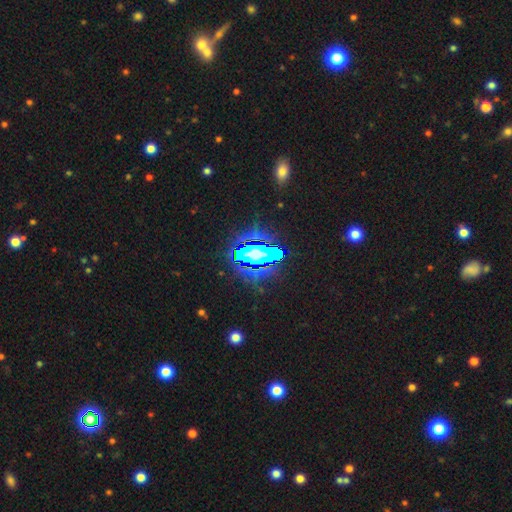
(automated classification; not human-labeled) Morphology: type=star or artifact (61%).